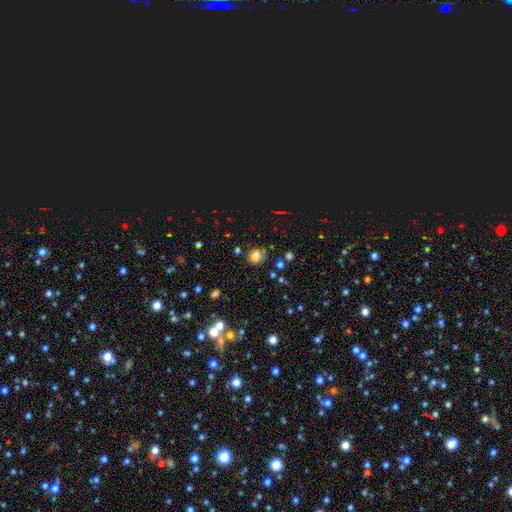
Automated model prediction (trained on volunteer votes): A smooth galaxy with no disk features (69%) that is round (75%). Merging: none (68%).